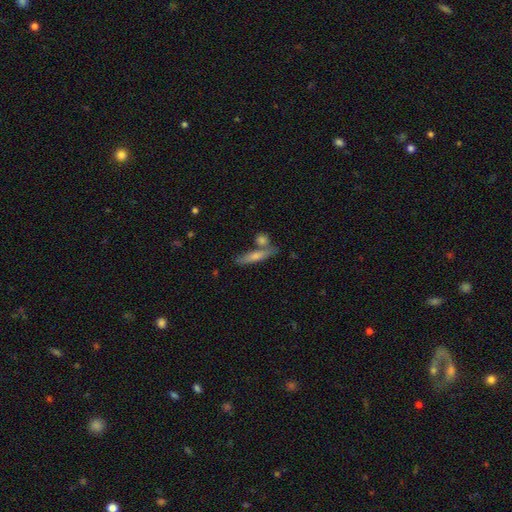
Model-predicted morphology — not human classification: type=smooth (55%); roundness=cigar-shaped (82%); merging=none (69%).